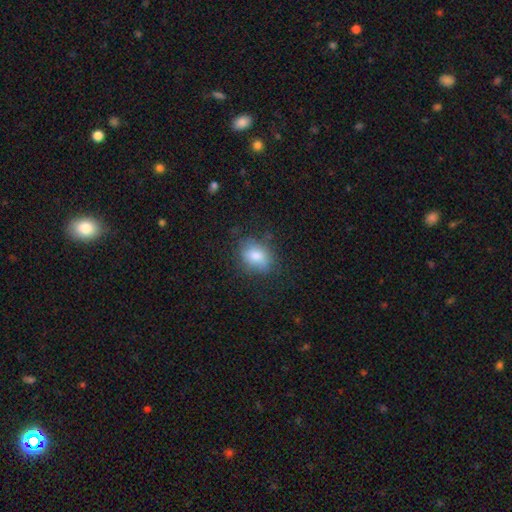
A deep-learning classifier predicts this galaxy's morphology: The model was most divided on "how rounded": in between: 64%, round: 34%, cigar-shaped: 2%. More confident: smooth or featured — smooth (78%); merging — none (73%).